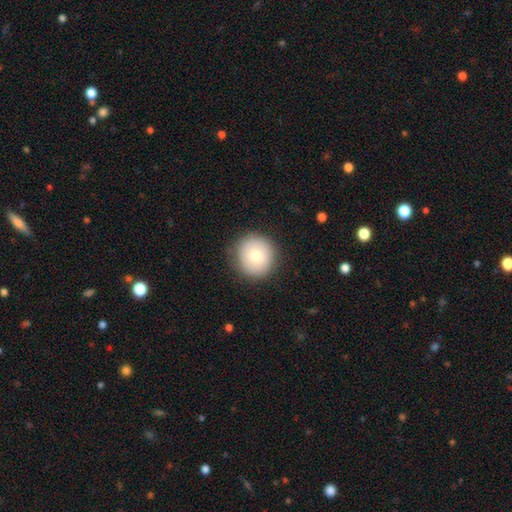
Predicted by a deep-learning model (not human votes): This appears to be a smooth galaxy with no disk features (76%) that is round (92%). Merging: none (85%).